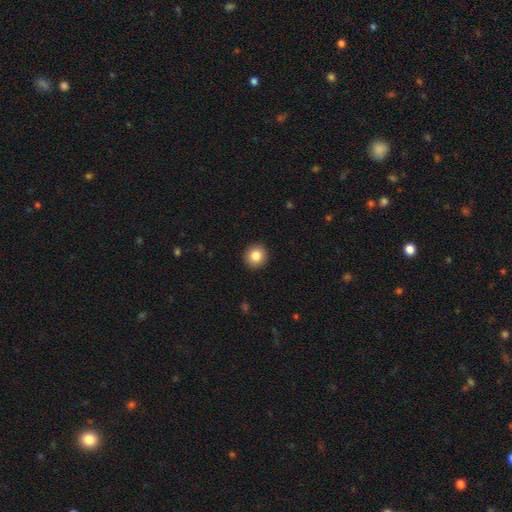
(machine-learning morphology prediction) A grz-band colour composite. It shows a smooth galaxy with no disk features (84%) that is round (91%). Merging: none (93%).